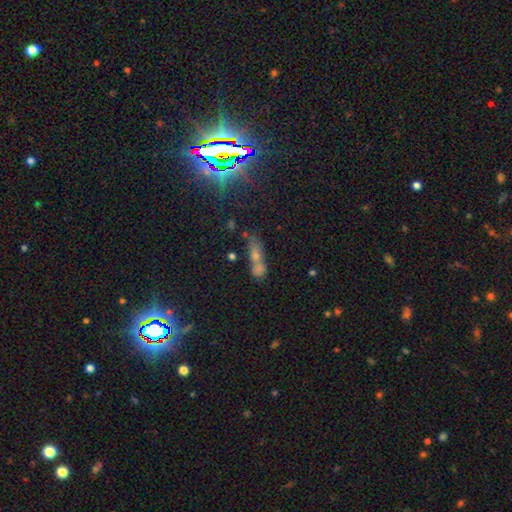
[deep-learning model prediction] This appears to be a star or artifact, not a galaxy (40%, tied with smooth).